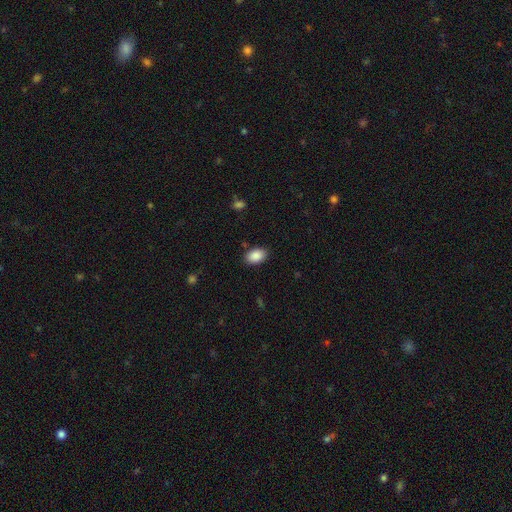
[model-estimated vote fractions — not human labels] Smooth or featured? smooth (89%)
How rounded? in between (90%)
Merging? none (87%)